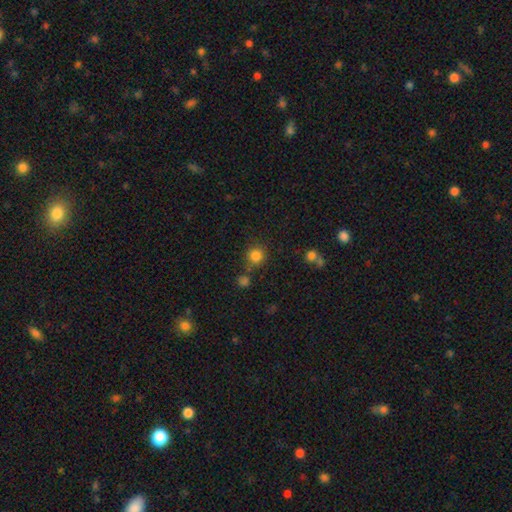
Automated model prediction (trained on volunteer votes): Smooth or featured? Predicted: smooth (p=0.83). How rounded? Predicted: round (p=0.91). Merging? Predicted: none (p=0.76).